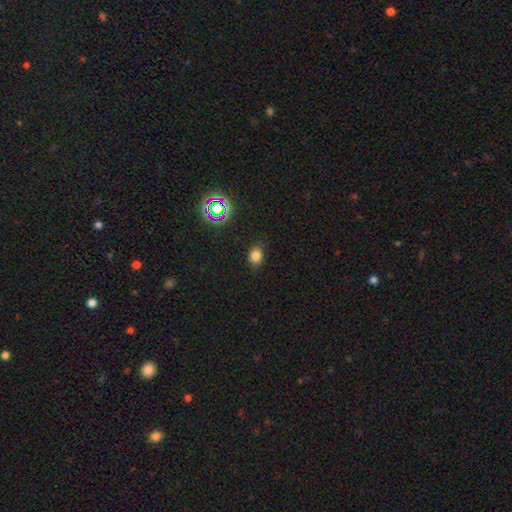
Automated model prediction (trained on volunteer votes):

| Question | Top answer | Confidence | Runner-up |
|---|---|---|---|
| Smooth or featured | smooth | 78% | star or artifact (17%) |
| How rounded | in between | 54% | round (45%) |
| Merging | none | 82% | minor disturbance (13%) |